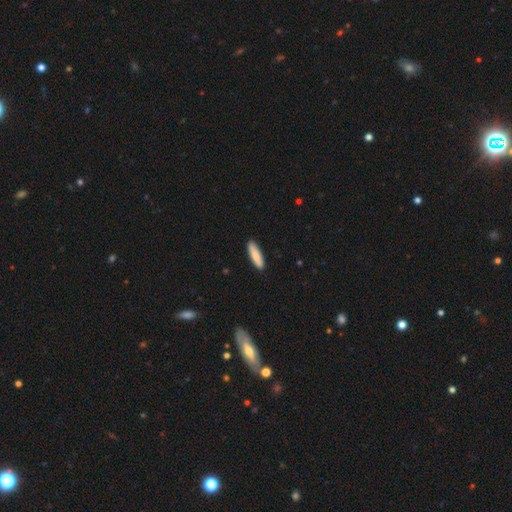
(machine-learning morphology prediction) A smooth galaxy with no disk features (84%) that is cigar-shaped (73%).

Vote fractions:
- Smooth or featured? smooth: 84% / featured or disk: 11% / star or artifact: 5%
- How rounded? cigar-shaped: 73% / in between: 26% / round: 1%
- Merging? none: 90% / minor disturbance: 7% / major disturbance: 1% / merger: 1%